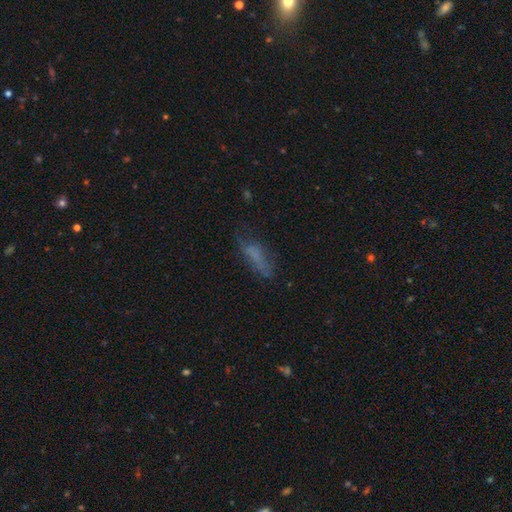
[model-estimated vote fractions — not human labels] The model was most divided on "how rounded" (2-way tie): in between: 49%, cigar-shaped: 49%, round: 3%. Remaining: smooth or featured — smooth (61%); merging — none (49%).